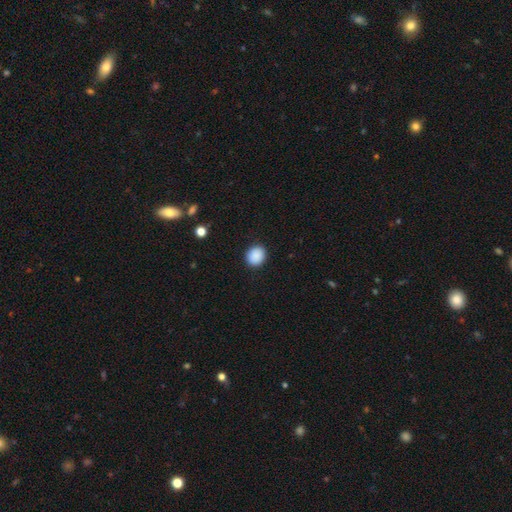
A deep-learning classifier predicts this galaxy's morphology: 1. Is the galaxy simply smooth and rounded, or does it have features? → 90% smooth, 8% star or artifact, 2% featured or disk.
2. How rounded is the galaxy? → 73% round, 26% in between, 1% cigar-shaped.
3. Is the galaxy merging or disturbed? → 91% none, 6% minor disturbance, 2% major disturbance, 1% merger.